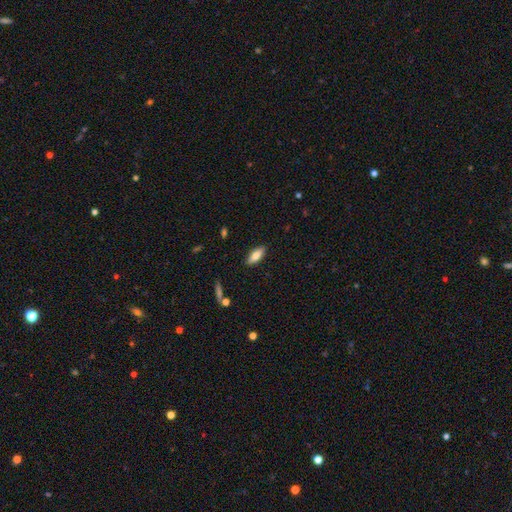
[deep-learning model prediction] Smooth or featured?
  - smooth: 76% *
  - featured or disk: 17%
  - star or artifact: 7%
How rounded?
  - in between: 76% *
  - cigar-shaped: 22%
  - round: 2%
Merging?
  - none: 88% *
  - minor disturbance: 9%
  - major disturbance: 2%
  - merger: 1%